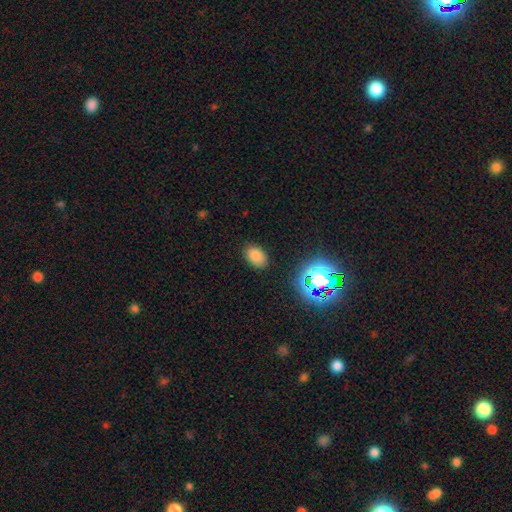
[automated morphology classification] Smooth or featured?
  - smooth: 78% *
  - star or artifact: 16%
  - featured or disk: 6%
How rounded?
  - in between: 85% *
  - round: 14%
  - cigar-shaped: 1%
Merging?
  - none: 86% *
  - minor disturbance: 10%
  - major disturbance: 3%
  - merger: 1%